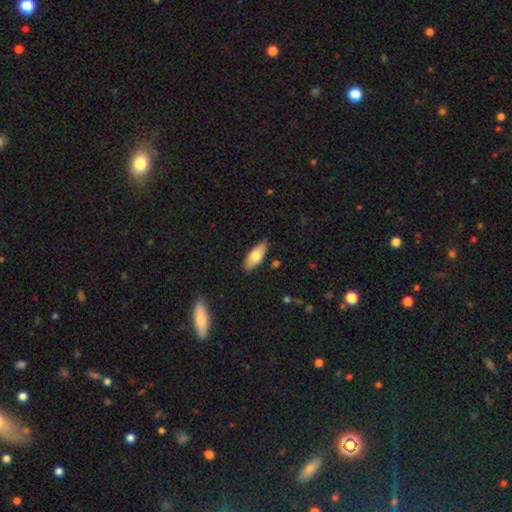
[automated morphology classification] A smooth galaxy with no disk features (75%) that is in between round and cigar-shaped (83%).

Vote fractions:
- Smooth or featured? smooth: 75% / featured or disk: 19% / star or artifact: 6%
- How rounded? in between: 83% / cigar-shaped: 15% / round: 2%
- Merging? none: 84% / minor disturbance: 12% / major disturbance: 2% / merger: 1%